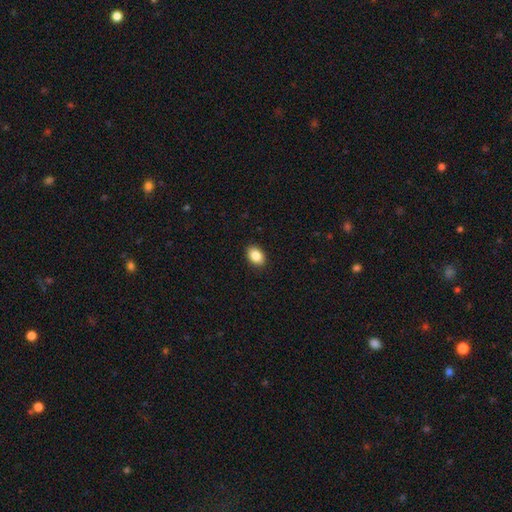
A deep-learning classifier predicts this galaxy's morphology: Smooth or featured? smooth (87%)
How rounded? in between (81%)
Merging? none (90%)